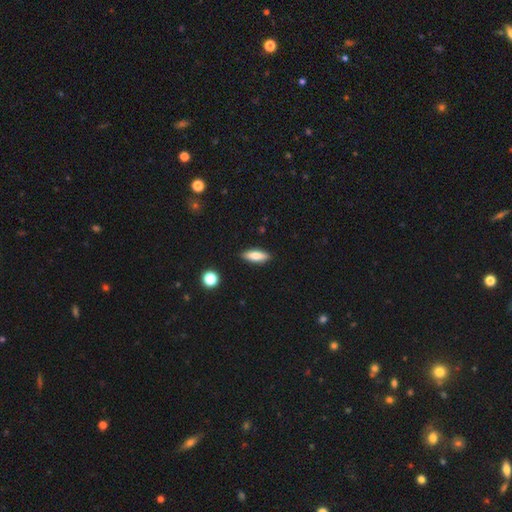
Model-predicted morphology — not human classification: smooth-or-featured: smooth: 75% | featured or disk: 19% | star or artifact: 7%
  how-rounded: in between: 59% | cigar-shaped: 38% | round: 3%
  merging: none: 88% | minor disturbance: 8% | major disturbance: 2% | merger: 1%